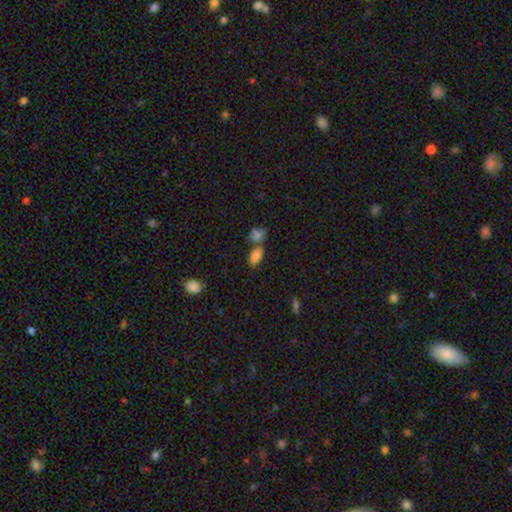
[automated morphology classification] Smooth or featured? smooth (82%)
How rounded? in between (91%)
Merging? none (50%)